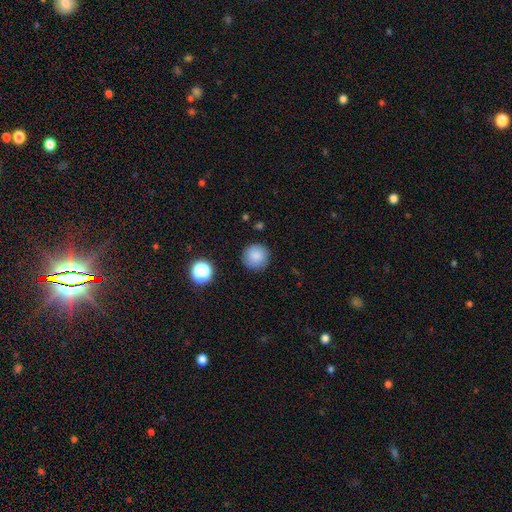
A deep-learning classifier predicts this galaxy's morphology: Overall: smooth (85%). How rounded: round (95%). Merging: none (88%).